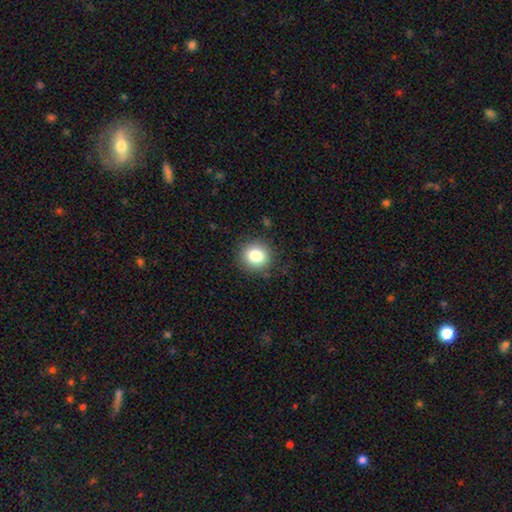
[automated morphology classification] smooth 81%, star or artifact 11%, featured or disk 8%. Down the decision tree: how rounded — round (89%); merging — none (87%).